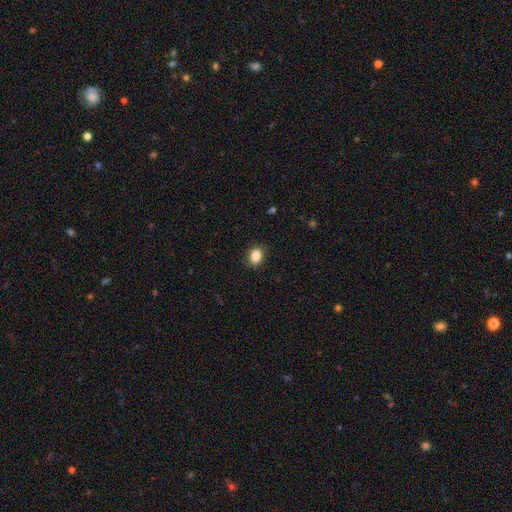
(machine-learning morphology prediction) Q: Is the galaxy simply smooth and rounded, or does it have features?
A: smooth — 87%.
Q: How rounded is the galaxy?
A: in between — 71%.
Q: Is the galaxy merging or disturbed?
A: none — 88%.